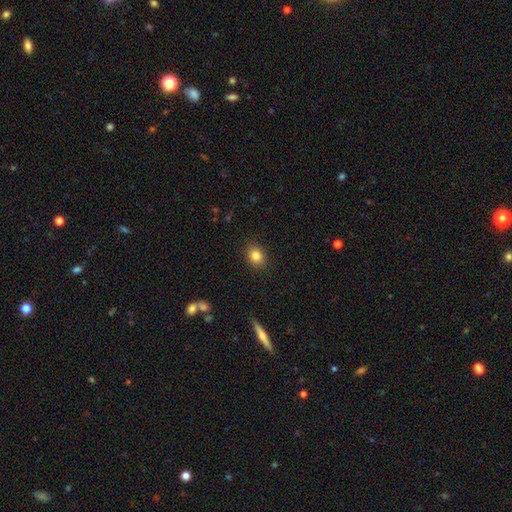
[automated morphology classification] The model was most divided on "how rounded": round: 52%, in between: 47%, cigar-shaped: 1%. More confident: merging — none (88%); smooth or featured — smooth (83%).